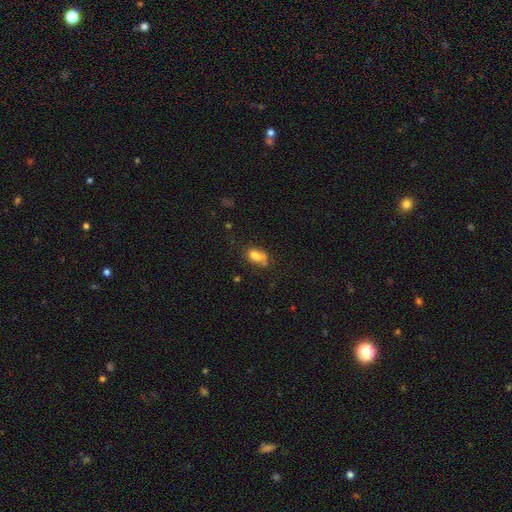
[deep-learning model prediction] Morphology: type=smooth (70%); roundness=in between (81%); merging=none (37%).